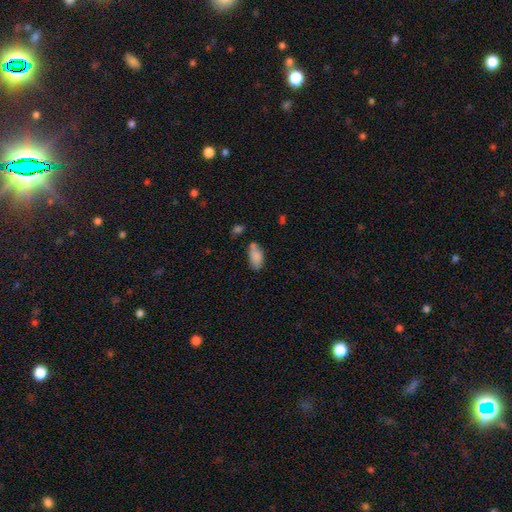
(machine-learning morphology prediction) This is clearly a smooth galaxy (83%). How rounded: clearly in between (92%). Merging: possibly none (56%).